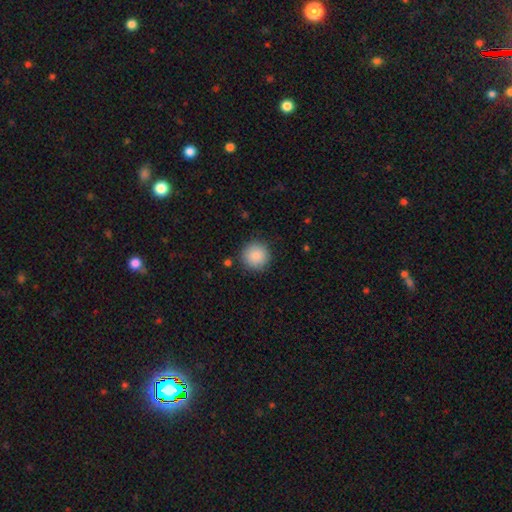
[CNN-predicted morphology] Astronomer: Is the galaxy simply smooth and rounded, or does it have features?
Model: smooth — 88%.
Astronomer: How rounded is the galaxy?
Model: round — 95%.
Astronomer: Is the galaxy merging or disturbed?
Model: none — 88%.